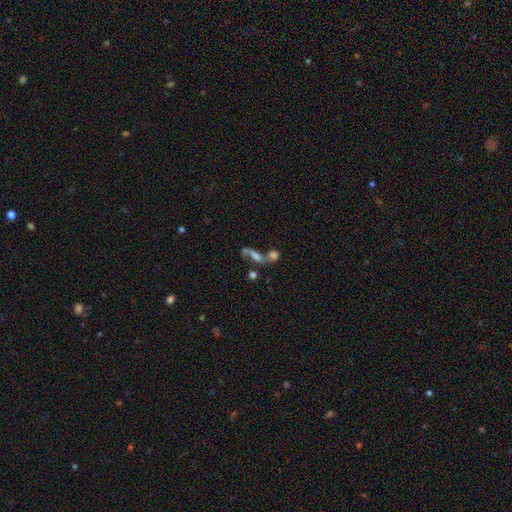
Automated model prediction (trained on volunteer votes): Smooth or featured?
  - featured or disk: 43% *
  - smooth: 40%
  - star or artifact: 17%
Merging?
  - merger: 49% *
  - none: 27%
  - major disturbance: 14%
  - minor disturbance: 10%